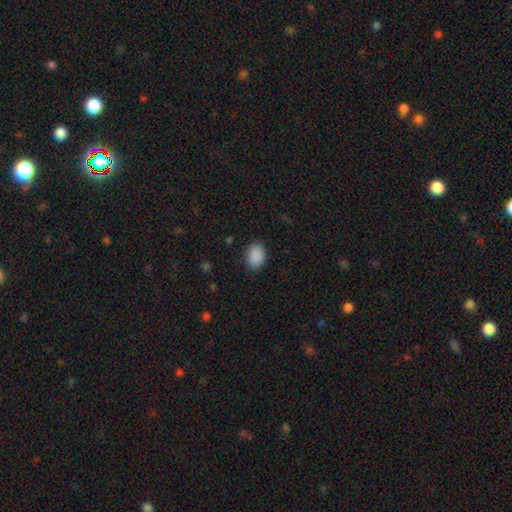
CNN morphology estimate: smooth-or-featured: smooth: 90% | star or artifact: 8% | featured or disk: 2%
  how-rounded: in between: 75% | round: 24% | cigar-shaped: 1%
  merging: none: 86% | minor disturbance: 10% | major disturbance: 3% | merger: 1%